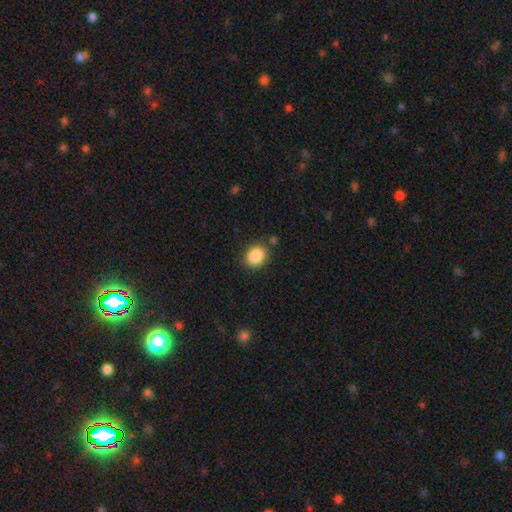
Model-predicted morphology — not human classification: Smooth or featured? smooth (88%)
How rounded? round (64%)
Merging? none (83%)